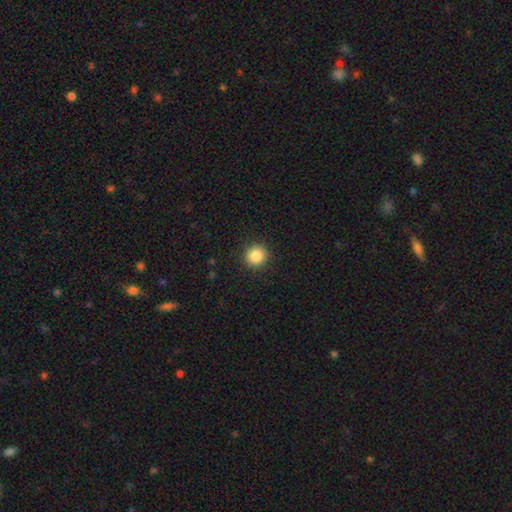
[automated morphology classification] This is clearly a smooth galaxy (87%). How rounded: clearly round (94%). Merging: clearly none (91%).